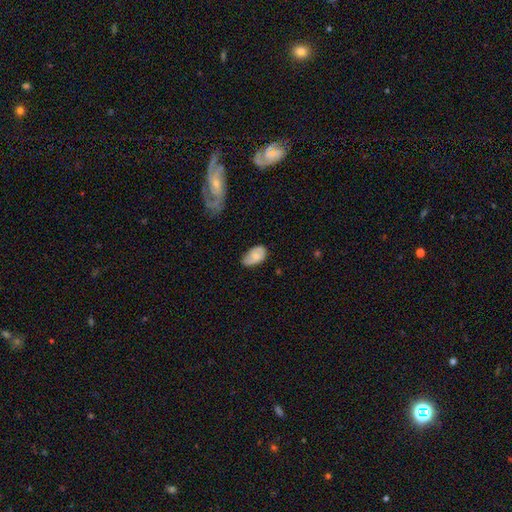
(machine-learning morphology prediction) smooth 71%, featured or disk 22%, star or artifact 7%. Down the decision tree: how rounded — in between (93%); merging — none (62%).